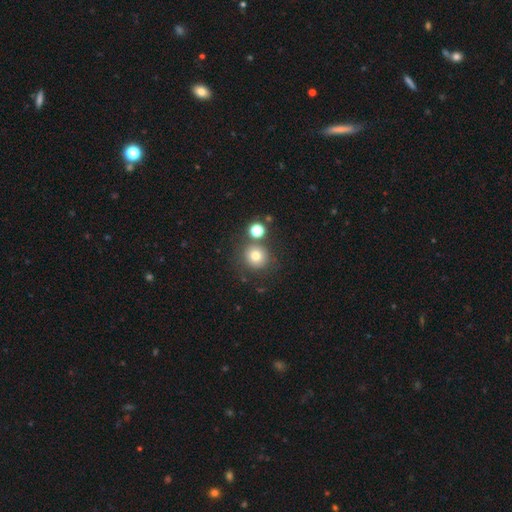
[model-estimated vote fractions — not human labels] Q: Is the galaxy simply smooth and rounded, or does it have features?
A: smooth — 75%.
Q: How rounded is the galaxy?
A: round — 92%.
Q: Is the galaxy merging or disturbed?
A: none — 72%.